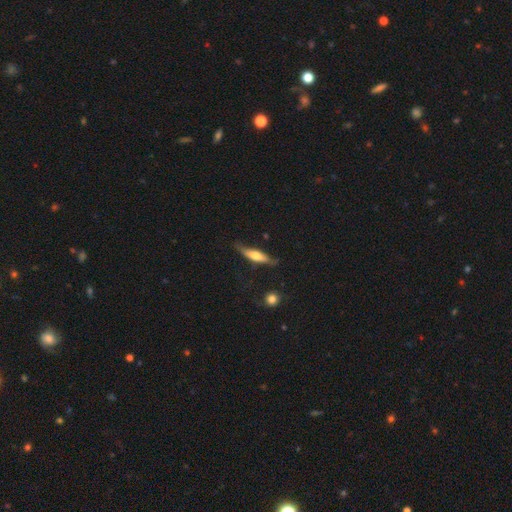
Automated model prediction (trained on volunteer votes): Overall: featured or disk (49%; smooth 45%). Merging: none (71%).